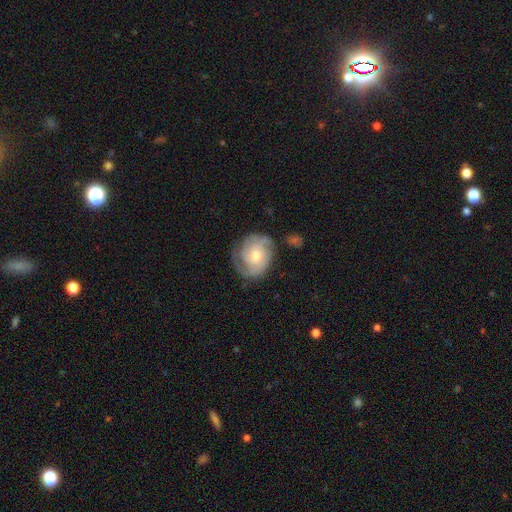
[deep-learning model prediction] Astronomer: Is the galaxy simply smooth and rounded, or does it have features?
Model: featured or disk — 78%.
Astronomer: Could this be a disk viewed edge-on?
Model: no — 97%.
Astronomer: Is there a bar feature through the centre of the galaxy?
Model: no — 72%.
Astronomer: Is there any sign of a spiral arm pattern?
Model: yes — 94%.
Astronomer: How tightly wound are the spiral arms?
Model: tight — 62%.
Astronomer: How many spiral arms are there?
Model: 2 — 37% (runner-up: can't tell, 25%).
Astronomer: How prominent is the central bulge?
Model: moderate — 56% (runner-up: small, 38%).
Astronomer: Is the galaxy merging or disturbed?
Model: none — 69%.